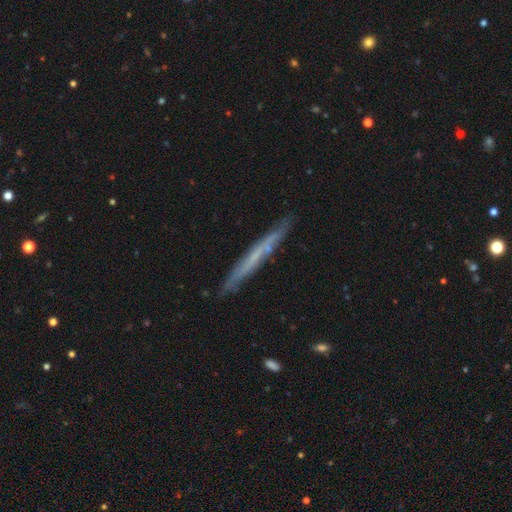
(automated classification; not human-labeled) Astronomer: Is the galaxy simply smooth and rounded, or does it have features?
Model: featured or disk — 53% (runner-up: smooth, 40%).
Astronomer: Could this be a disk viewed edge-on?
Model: yes — 93%.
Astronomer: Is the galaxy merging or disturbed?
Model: none — 86%.